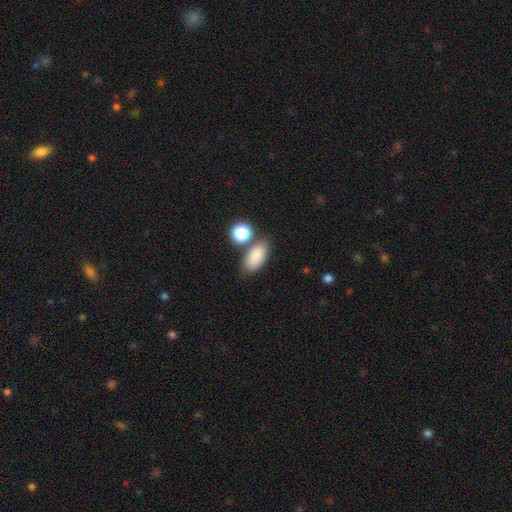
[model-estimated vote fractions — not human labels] Smooth or featured? smooth (86%)
How rounded? in between (90%)
Merging? none (68%)